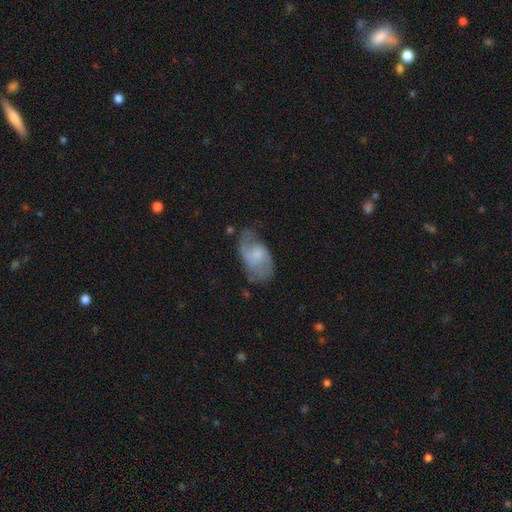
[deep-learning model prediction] smooth_or_featured: featured or disk (p=0.66) [alt: smooth p=0.27]
disk_edge_on: no (p=0.96) [alt: yes p=0.04]
bar: no (p=0.62) [alt: weak p=0.33]
has_spiral_arms: yes (p=0.87) [alt: no p=0.13]
spiral_winding: medium (p=0.44) [alt: loose p=0.37]
spiral_arm_count: 2 (p=0.68) [alt: can't tell p=0.13]
bulge_size: small (p=0.44) [alt: moderate p=0.30]
merging: none (p=0.52) [alt: minor disturbance p=0.27]